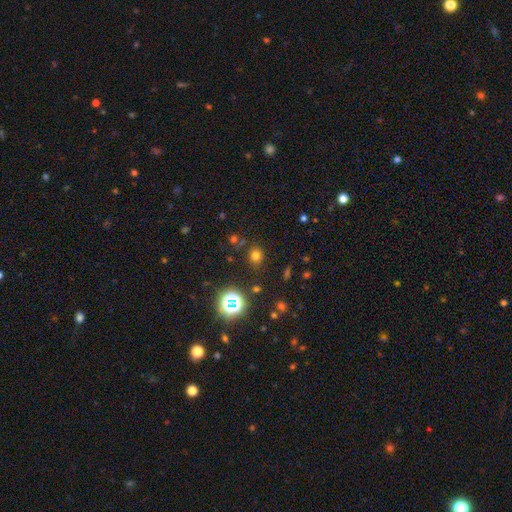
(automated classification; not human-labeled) smooth_or_featured: smooth (p=0.69) [alt: star or artifact p=0.25]
how_rounded: round (p=0.77) [alt: in between p=0.22]
merging: none (p=0.83) [alt: minor disturbance p=0.10]